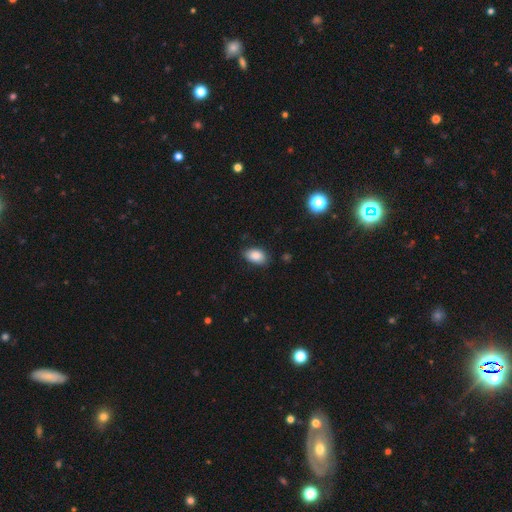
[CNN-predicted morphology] This appears to be a smooth galaxy with no disk features (87%) that is in between round and cigar-shaped (89%). Merging: none (78%).